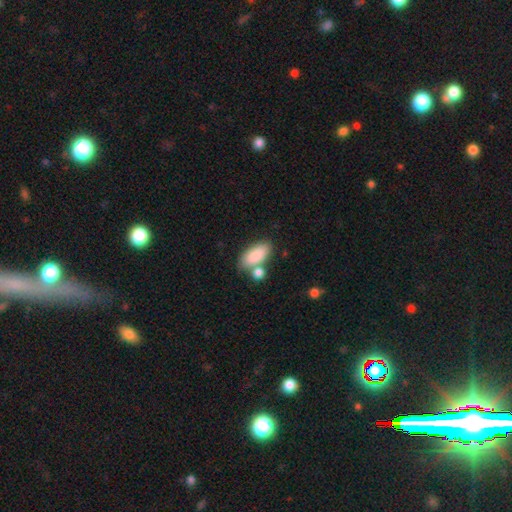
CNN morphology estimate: smooth_or_featured: smooth (p=0.86) [alt: featured or disk p=0.07]
how_rounded: in between (p=0.88) [alt: cigar-shaped p=0.08]
merging: none (p=0.55) [alt: merger p=0.27]